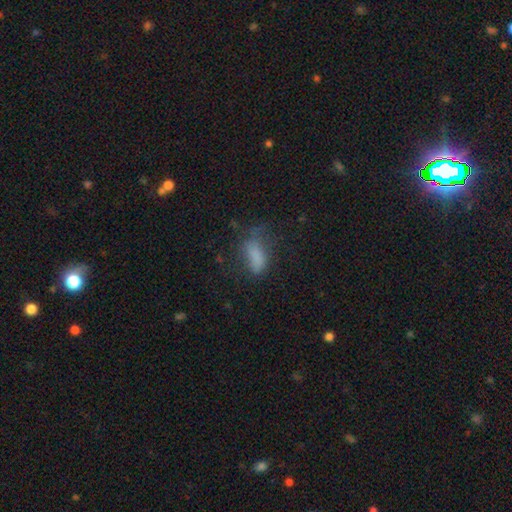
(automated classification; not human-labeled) smooth-or-featured: smooth: 71% | featured or disk: 16% | star or artifact: 13%
  how-rounded: in between: 79% | cigar-shaped: 17% | round: 4%
  merging: none: 37% | major disturbance: 31% | minor disturbance: 29% | merger: 3%